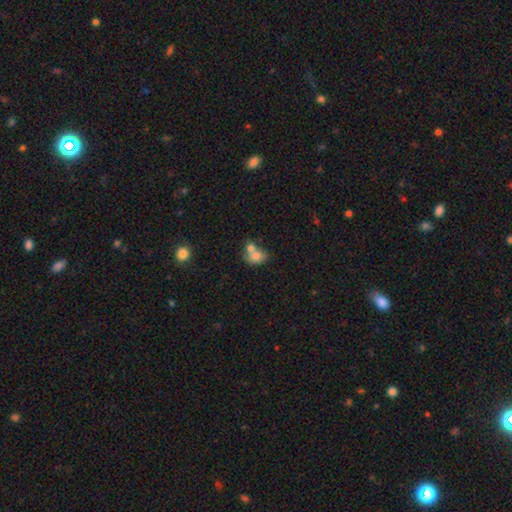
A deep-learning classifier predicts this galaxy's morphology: smooth-or-featured: smooth: 72% | featured or disk: 18% | star or artifact: 10%
  how-rounded: in between: 57% | round: 42% | cigar-shaped: 1%
  merging: merger: 56% | none: 29% | minor disturbance: 10% | major disturbance: 5%